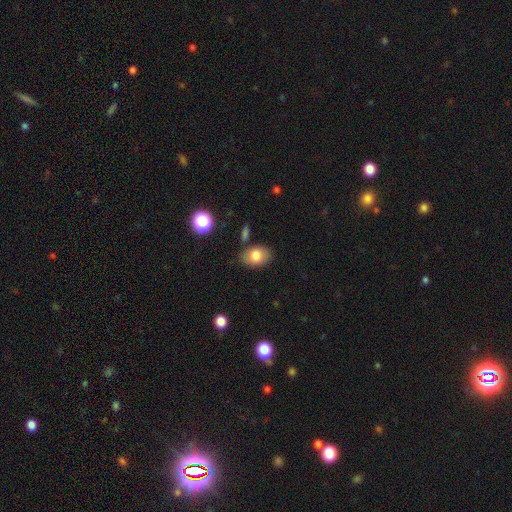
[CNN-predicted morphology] Smooth or featured? smooth (79%)
How rounded? in between (79%)
Merging? none (77%)